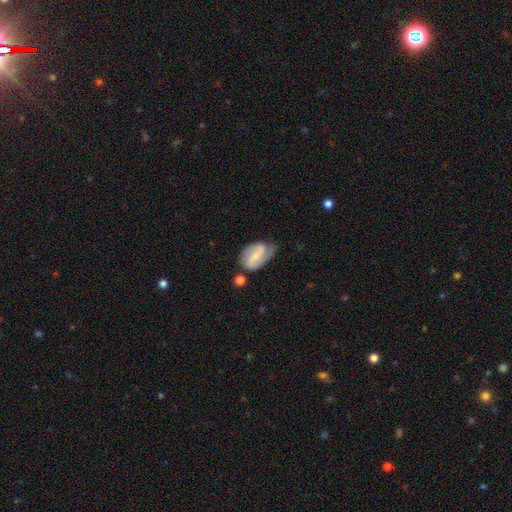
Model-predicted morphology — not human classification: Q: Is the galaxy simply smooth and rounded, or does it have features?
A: featured or disk — 67%.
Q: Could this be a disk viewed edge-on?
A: no — 97%.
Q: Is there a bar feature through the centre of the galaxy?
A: weak — 47%.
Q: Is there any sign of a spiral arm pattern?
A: yes — 91%.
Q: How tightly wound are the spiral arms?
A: medium — 44%.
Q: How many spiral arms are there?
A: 2 — 74%.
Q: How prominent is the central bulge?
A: small — 59%.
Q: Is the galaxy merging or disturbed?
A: none — 53%.